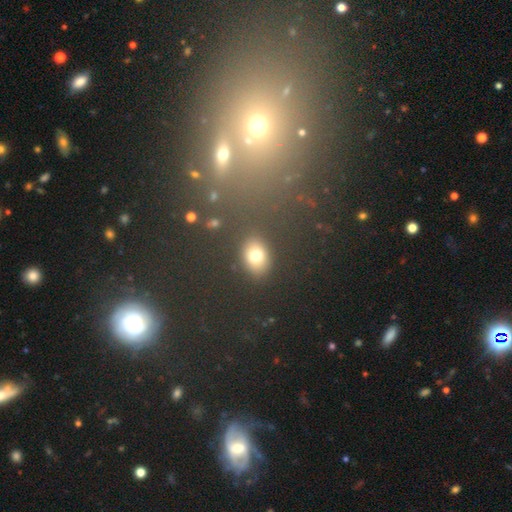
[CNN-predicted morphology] type=smooth (74%); roundness=in between (57%); merging=none (84%).